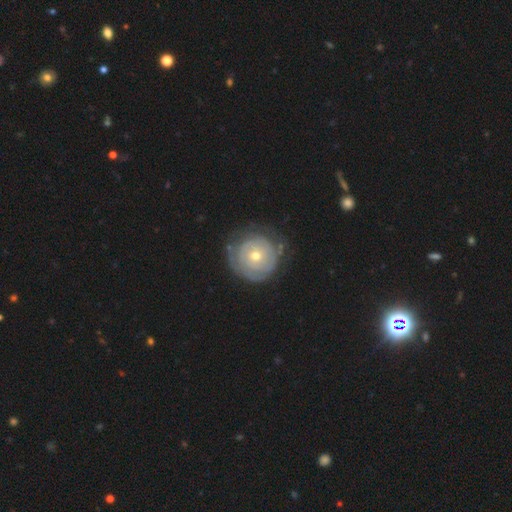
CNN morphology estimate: This appears to be a featured or disk galaxy (68%) with no bar (84%), spiral arms (71%) and a moderate central bulge (52%). Merging: none (70%).